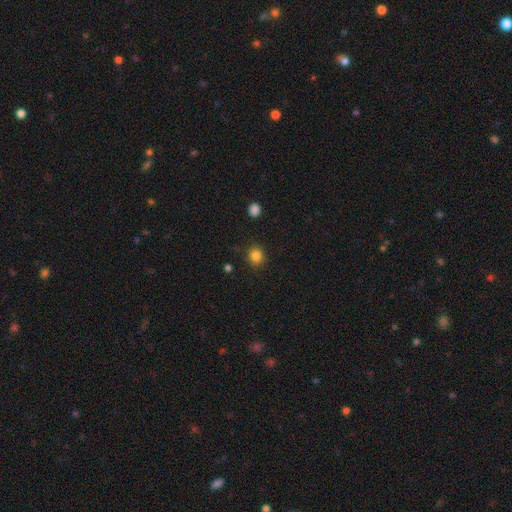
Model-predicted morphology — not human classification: A smooth galaxy with no disk features (84%) that is round (83%). Merging: none (88%).